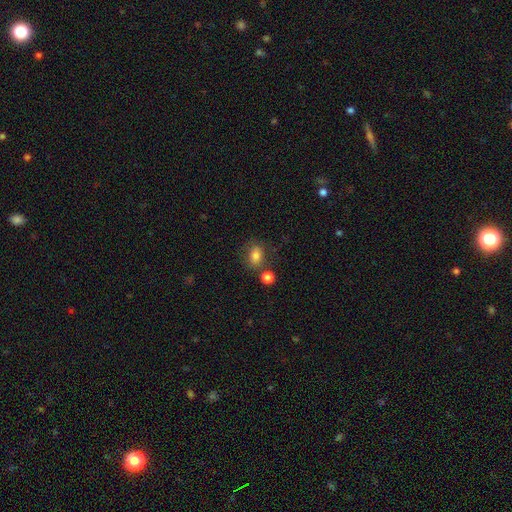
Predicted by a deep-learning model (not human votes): Smooth or featured? Predicted: smooth (p=0.80). How rounded? Predicted: in between (p=0.71). Merging? Predicted: none (p=0.67).